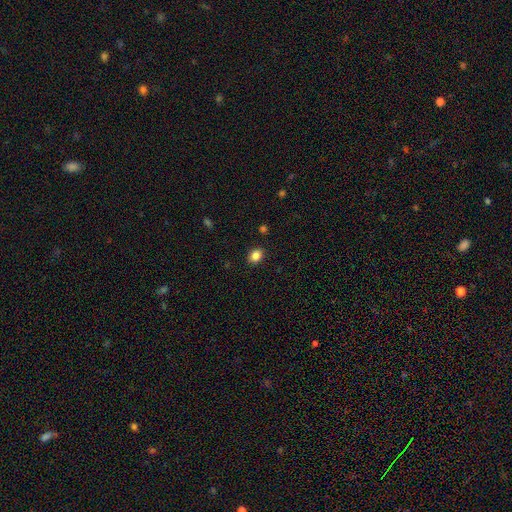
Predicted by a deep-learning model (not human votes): Smooth or featured?
  - smooth: 86% *
  - star or artifact: 10%
  - featured or disk: 4%
How rounded?
  - in between: 63% *
  - round: 36%
  - cigar-shaped: 1%
Merging?
  - none: 89% *
  - minor disturbance: 8%
  - major disturbance: 2%
  - merger: 1%